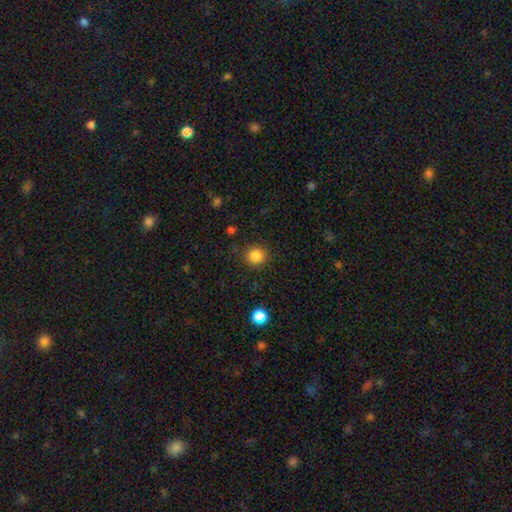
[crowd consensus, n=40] Smooth or featured?
  - smooth: 85% *
  - featured or disk: 8%
  - star or artifact: 8%
How rounded?
  - round: 97% *
  - in between: 3%
  - cigar-shaped: 0%
Merging?
  - none: 86% *
  - major disturbance: 5%
  - merger: 5%
  - minor disturbance: 3%